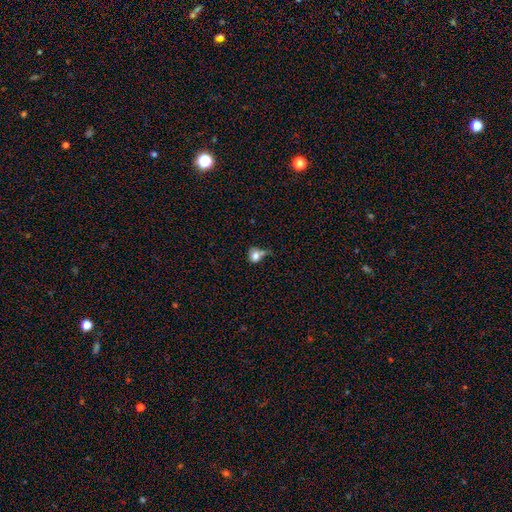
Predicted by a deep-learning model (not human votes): Q: Smooth or featured?
A: smooth (76%); runner-up: featured or disk (13%)
Q: How rounded?
A: round (70%); runner-up: in between (28%)
Q: Merging?
A: none (33%); runner-up: merger (24%)